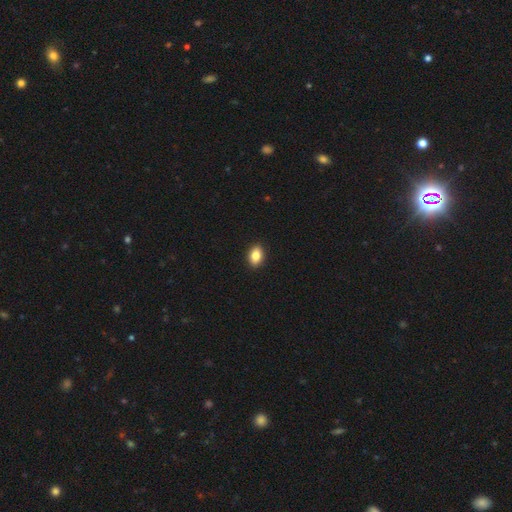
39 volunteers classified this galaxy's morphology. This is clearly a smooth galaxy (87%). How rounded: clearly in between (82%). Merging: clearly none (86%).